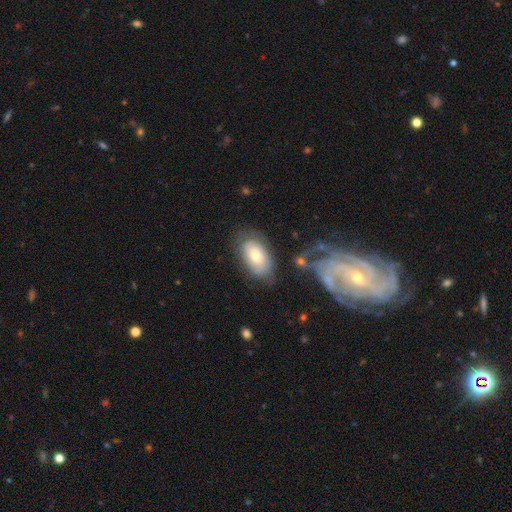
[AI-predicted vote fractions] smooth 61%, featured or disk 32%, star or artifact 7%. Down the decision tree: how rounded — in between (93%); merging — none (63%).